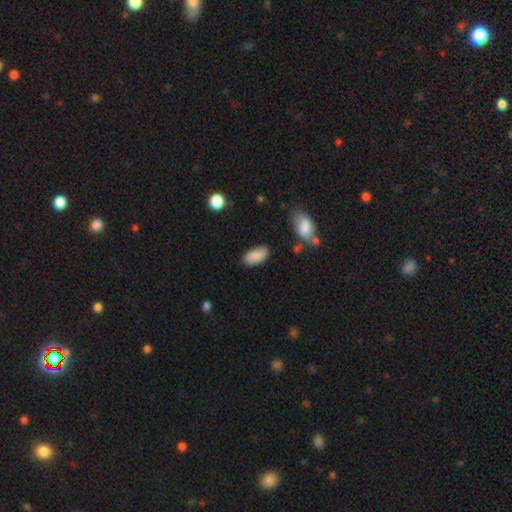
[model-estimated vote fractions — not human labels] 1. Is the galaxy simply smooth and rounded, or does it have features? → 87% smooth, 7% star or artifact, 6% featured or disk.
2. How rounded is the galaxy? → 93% in between, 4% cigar-shaped, 3% round.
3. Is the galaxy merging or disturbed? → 80% none, 14% minor disturbance, 3% major disturbance, 3% merger.